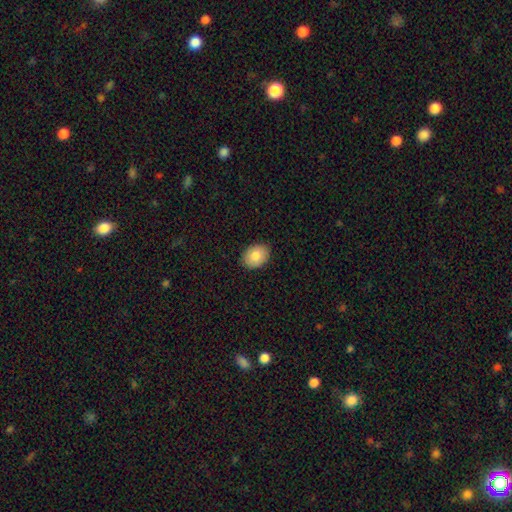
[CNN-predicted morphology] This is clearly a smooth galaxy (81%). How rounded: likely in between (68%). Merging: clearly none (89%).